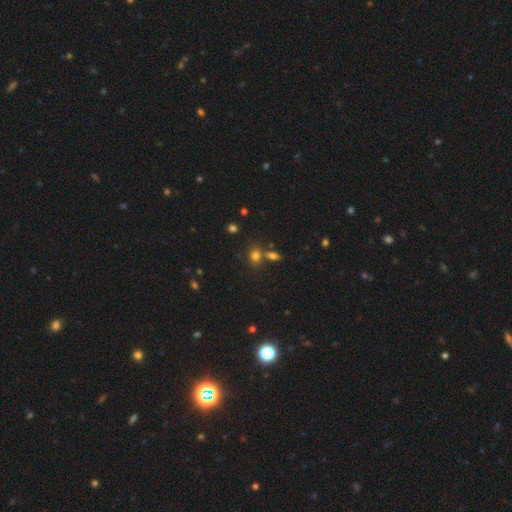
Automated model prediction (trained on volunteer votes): Q: Smooth or featured?
A: smooth (75%); runner-up: star or artifact (16%)
Q: How rounded?
A: round (54%); runner-up: in between (44%)
Q: Merging?
A: none (58%); runner-up: merger (27%)